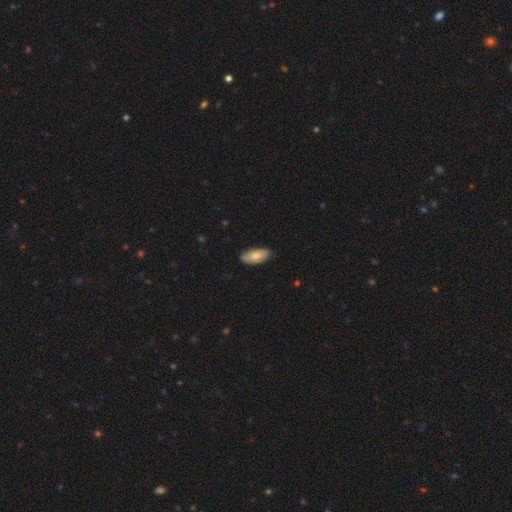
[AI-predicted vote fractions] smooth_or_featured: smooth (p=0.77) [alt: featured or disk p=0.17]
how_rounded: in between (p=0.91) [alt: cigar-shaped p=0.07]
merging: none (p=0.83) [alt: minor disturbance p=0.14]